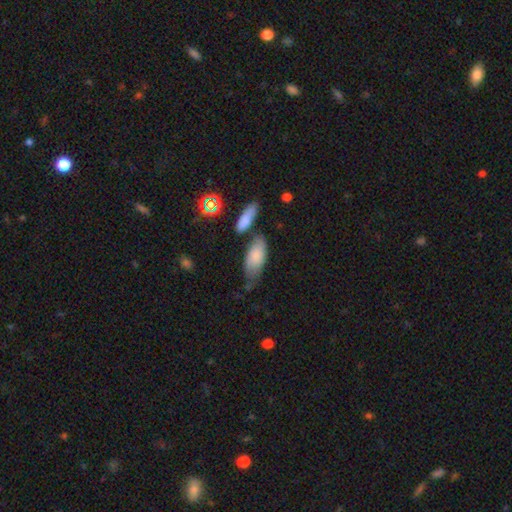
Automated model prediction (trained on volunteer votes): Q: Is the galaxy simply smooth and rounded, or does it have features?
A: smooth — 79%.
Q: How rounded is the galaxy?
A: in between — 87%.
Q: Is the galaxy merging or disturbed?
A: none — 51%.